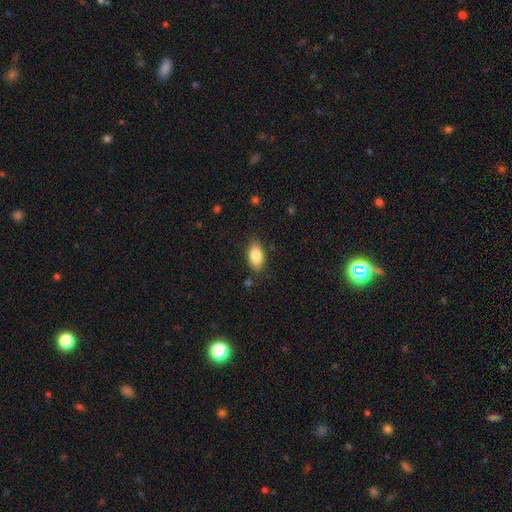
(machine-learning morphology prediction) Q: Smooth or featured?
A: smooth (83%); runner-up: featured or disk (10%)
Q: How rounded?
A: in between (91%); runner-up: round (5%)
Q: Merging?
A: none (83%); runner-up: minor disturbance (13%)